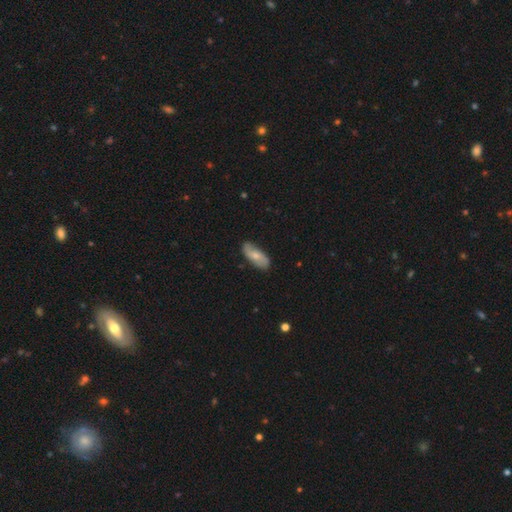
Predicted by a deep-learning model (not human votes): Smooth or featured? smooth (51%)
How rounded? in between (82%)
Merging? none (78%)